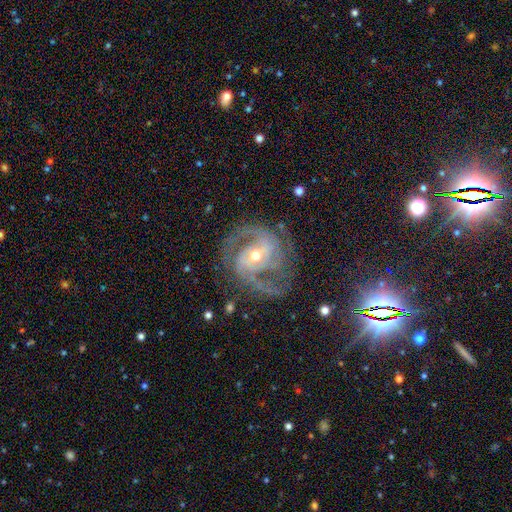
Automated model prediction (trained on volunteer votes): Morphology: type=featured or disk (91%); edge-on=no (98%); bar=weak (42%); spiral arms=yes (98%); winding=medium (51%); arm count=2 (66%); bulge=moderate (59%); merging=none (72%).